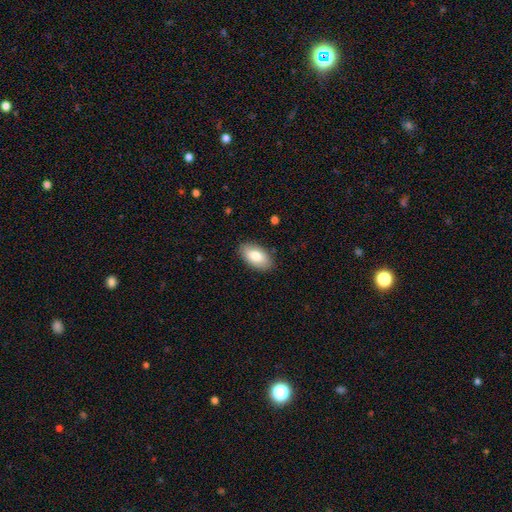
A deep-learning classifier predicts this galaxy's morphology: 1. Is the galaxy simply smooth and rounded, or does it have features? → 80% smooth, 14% featured or disk, 6% star or artifact.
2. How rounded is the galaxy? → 95% in between, 3% round, 2% cigar-shaped.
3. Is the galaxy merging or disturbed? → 87% none, 10% minor disturbance, 2% major disturbance, 1% merger.